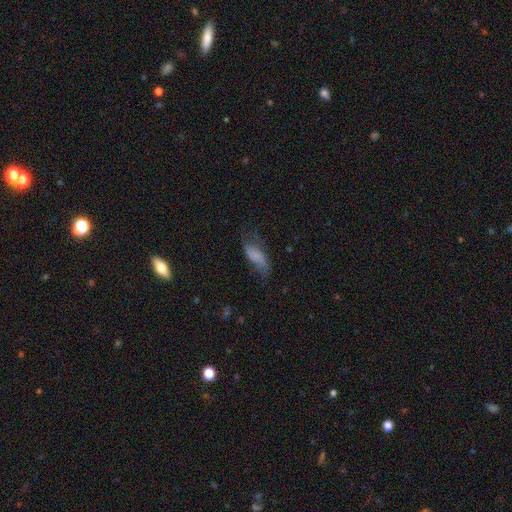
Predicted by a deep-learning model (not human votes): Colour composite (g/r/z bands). It shows a smooth galaxy with no disk features (62%) that is in between round and cigar-shaped (78%). Merging: none (41%).